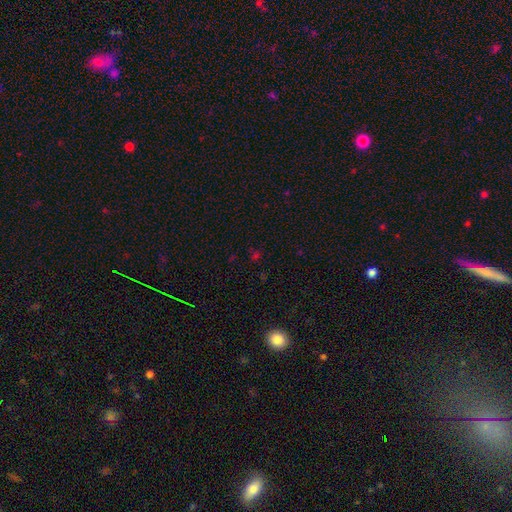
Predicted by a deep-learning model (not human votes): Smooth or featured: star or artifact — 56% (smooth — 37%)